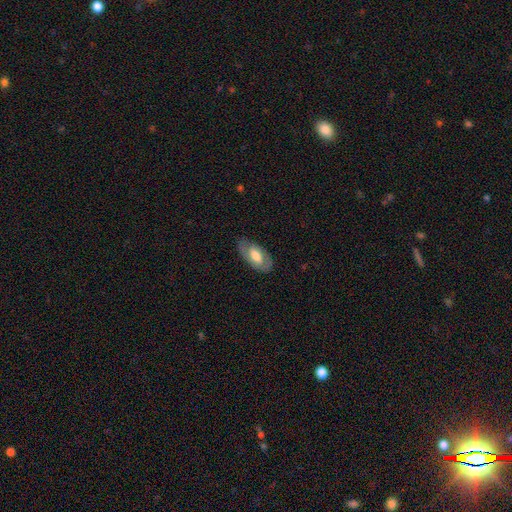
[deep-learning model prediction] A featured or disk galaxy (48%).

Vote fractions:
- Smooth or featured? featured or disk: 48% / smooth: 46% / star or artifact: 6%
- Merging? none: 78% / minor disturbance: 16% / major disturbance: 5% / merger: 1%